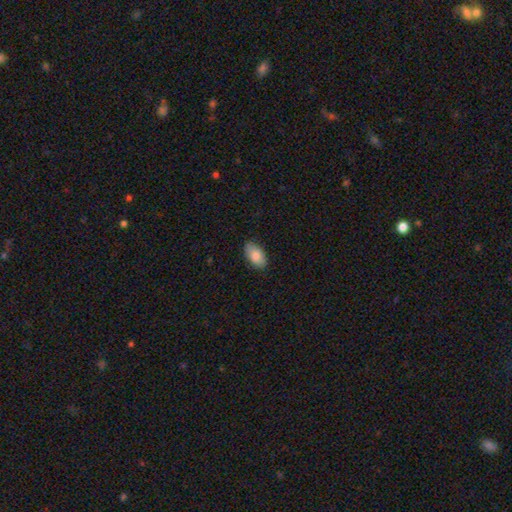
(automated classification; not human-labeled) A smooth galaxy with no disk features (85%) that is in between round and cigar-shaped (94%). Merging: none (87%).